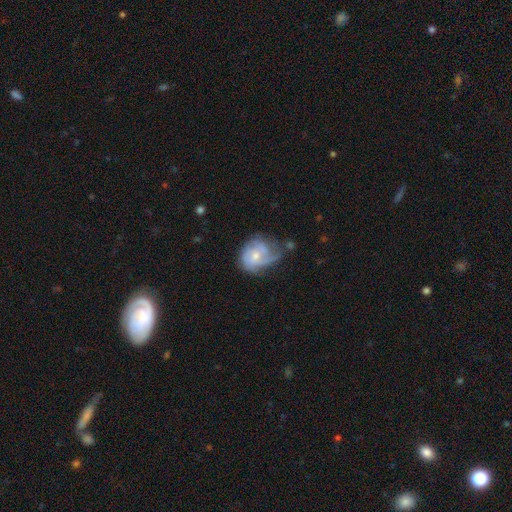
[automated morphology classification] smooth-or-featured: featured or disk: 57% | smooth: 35% | star or artifact: 7%
  disk-edge-on: no: 97% | yes: 3%
    bar: no: 61% | weak: 33% | strong: 5%
    has-spiral-arms: yes: 74% | no: 26%
    bulge-size: small: 50% | moderate: 43% | none: 3% | large: 2% | dominant: 1%
  merging: minor disturbance: 34% (tied) | none: 34% (tied) | major disturbance: 28% | merger: 5%